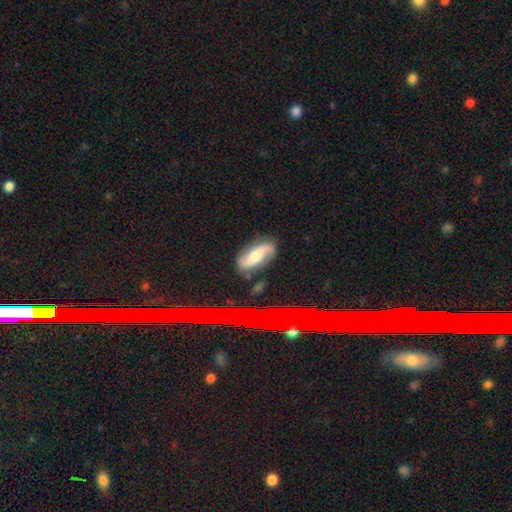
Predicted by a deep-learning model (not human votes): Smooth or featured: featured or disk — 57% (smooth — 34%)
Edge-on disk: no — 86% (yes — 14%)
Merging: none — 78% (minor disturbance — 15%)